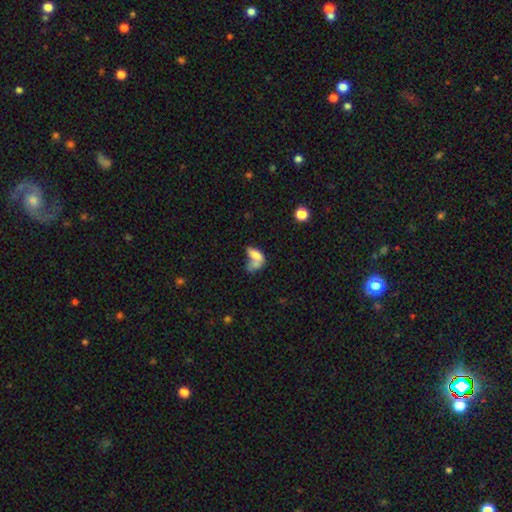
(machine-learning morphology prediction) smooth 68%, featured or disk 22%, star or artifact 11%. Down the decision tree: how rounded — in between (82%); merging — merger (51%).